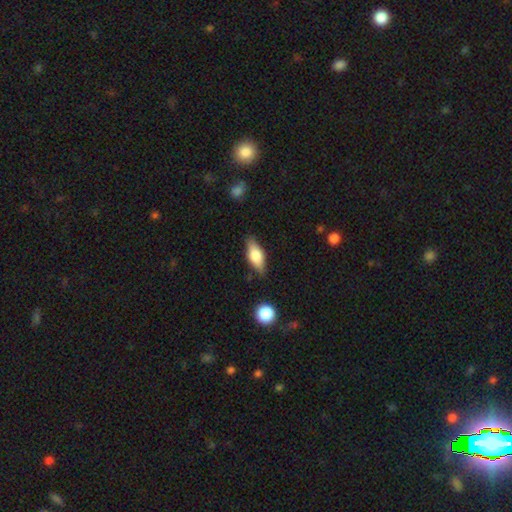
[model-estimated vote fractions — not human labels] This is likely a smooth galaxy (66%). How rounded: likely in between (77%). Merging: clearly none (81%).